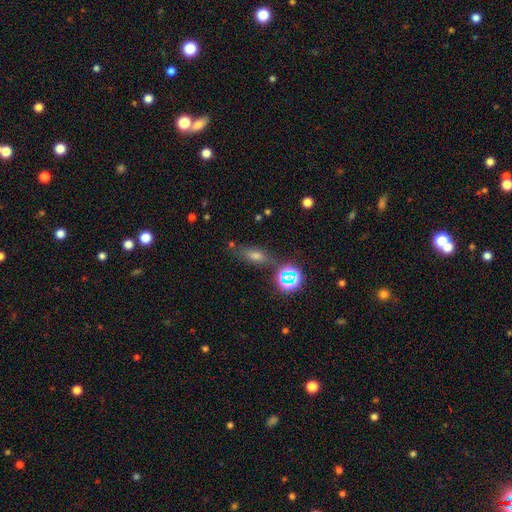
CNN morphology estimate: This is possibly a smooth galaxy (53%). How rounded: likely in between (62%). Merging: likely none (72%).